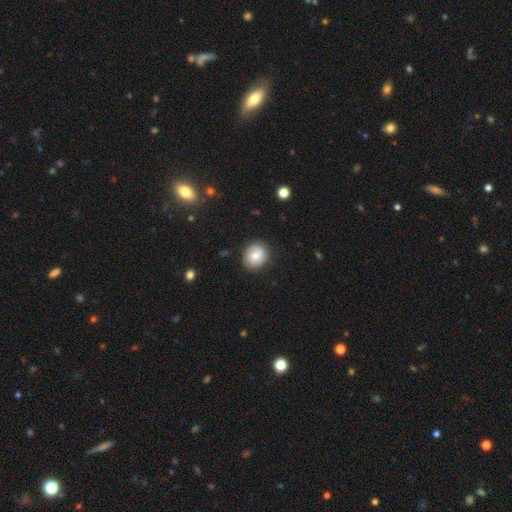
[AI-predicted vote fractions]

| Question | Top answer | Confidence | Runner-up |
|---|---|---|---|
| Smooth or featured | smooth | 62% | featured or disk (29%) |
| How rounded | round | 83% | in between (16%) |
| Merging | none | 83% | minor disturbance (12%) |